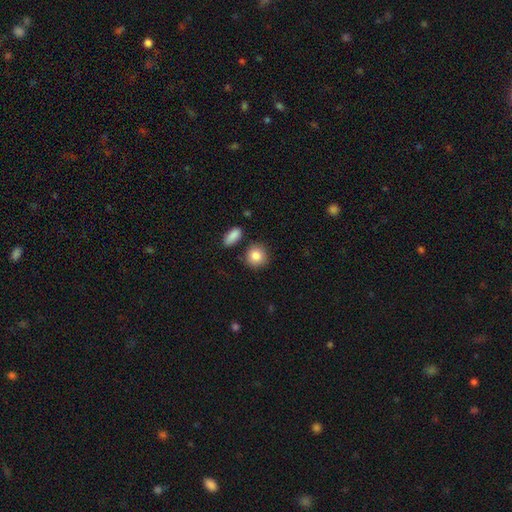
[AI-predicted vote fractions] This appears to be a smooth galaxy with no disk features (86%) that is round (85%). Merging: none (80%).